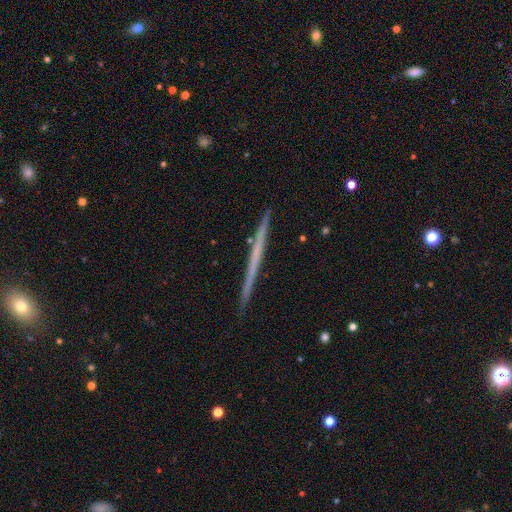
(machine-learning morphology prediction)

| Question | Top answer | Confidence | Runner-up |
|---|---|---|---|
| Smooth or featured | featured or disk | 60% | smooth (34%) |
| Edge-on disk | yes | 98% | no (2%) |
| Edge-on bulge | none | 92% | rounded (5%) |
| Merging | none | 92% | minor disturbance (6%) |